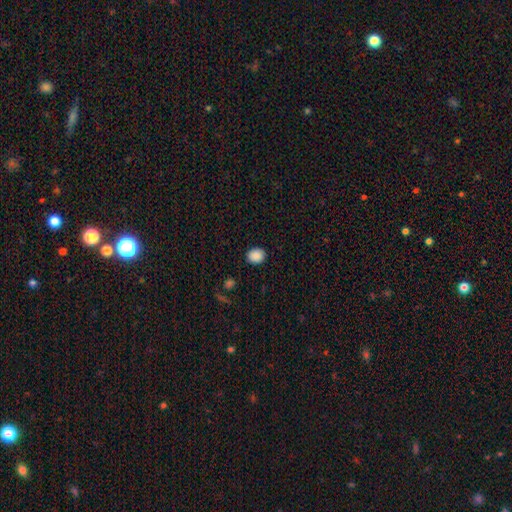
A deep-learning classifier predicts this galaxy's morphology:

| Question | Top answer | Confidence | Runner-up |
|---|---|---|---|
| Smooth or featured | smooth | 89% | star or artifact (9%) |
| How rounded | round | 61% | in between (38%) |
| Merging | none | 89% | minor disturbance (7%) |